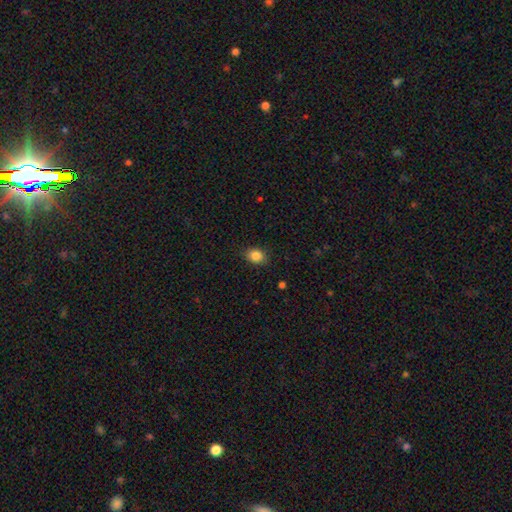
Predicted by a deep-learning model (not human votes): This is clearly a smooth galaxy (86%). How rounded: possibly in between (55%). Merging: clearly none (86%).